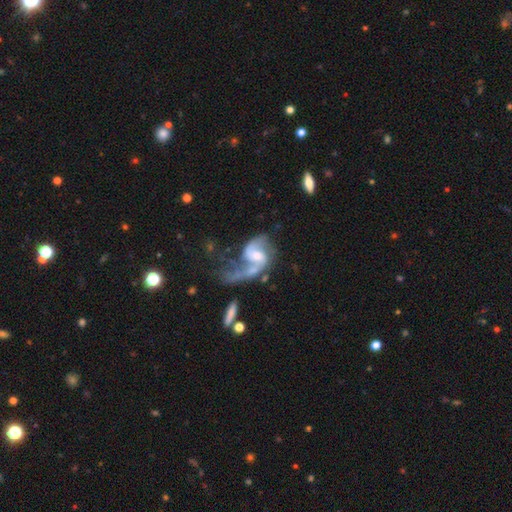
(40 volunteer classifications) Smooth or featured? featured or disk (82%)
Edge-on disk? no (100%)
Bar? weak (42%)
Spiral arms? yes (97%)
Spiral winding? loose (66%)
Spiral arm count? 2 (97%)
Bulge size? moderate (55%)
Merging? major disturbance (42%)